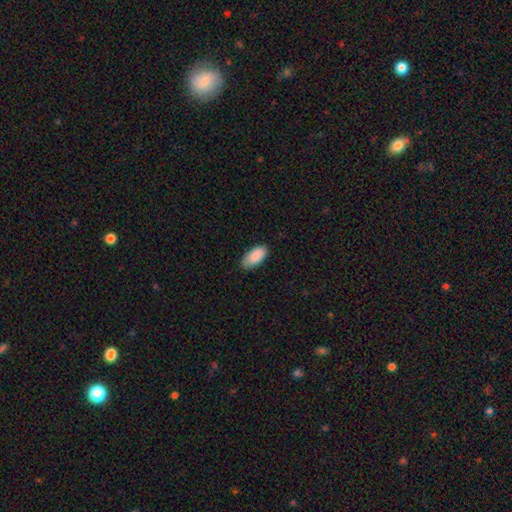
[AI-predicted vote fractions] smooth_or_featured: smooth (p=0.89) [alt: star or artifact p=0.06]
how_rounded: in between (p=0.93) [alt: cigar-shaped p=0.05]
merging: none (p=0.82) [alt: minor disturbance p=0.15]